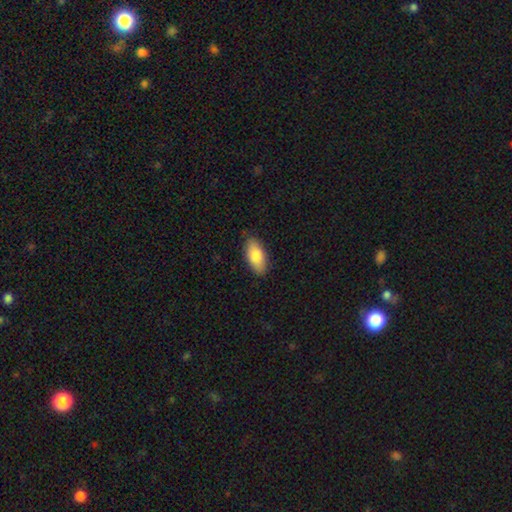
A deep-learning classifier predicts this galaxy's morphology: Overall: smooth (83%). How rounded: in between (90%). Merging: none (86%).